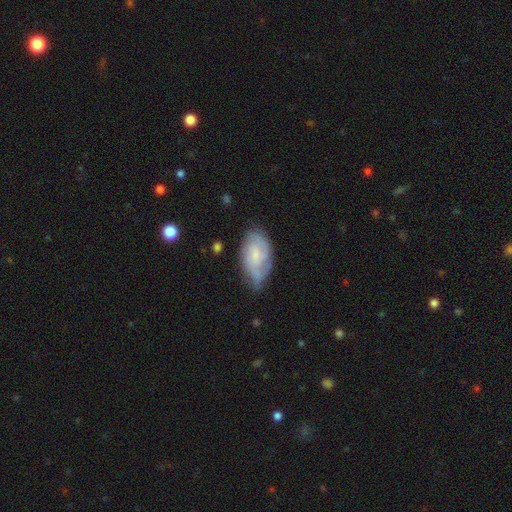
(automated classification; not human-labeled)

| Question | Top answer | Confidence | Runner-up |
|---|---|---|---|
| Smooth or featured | featured or disk | 61% | smooth (32%) |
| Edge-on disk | no | 95% | yes (5%) |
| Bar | no | 54% | weak (40%) |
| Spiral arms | yes | 85% | no (15%) |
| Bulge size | small | 63% | moderate (22%) |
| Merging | none | 54% | minor disturbance (33%) |